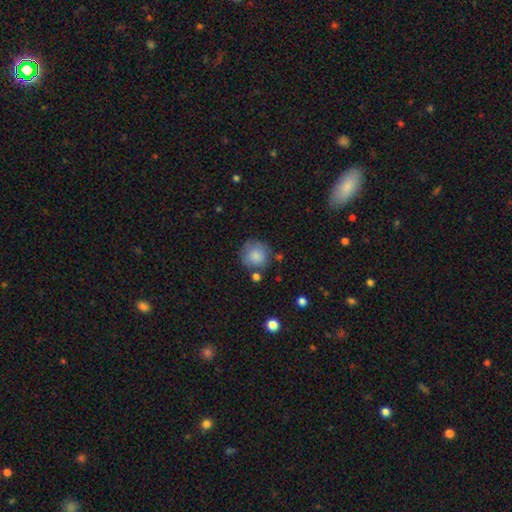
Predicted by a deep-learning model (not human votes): A smooth galaxy with no disk features (84%) that is round (91%). Merging: none (70%).